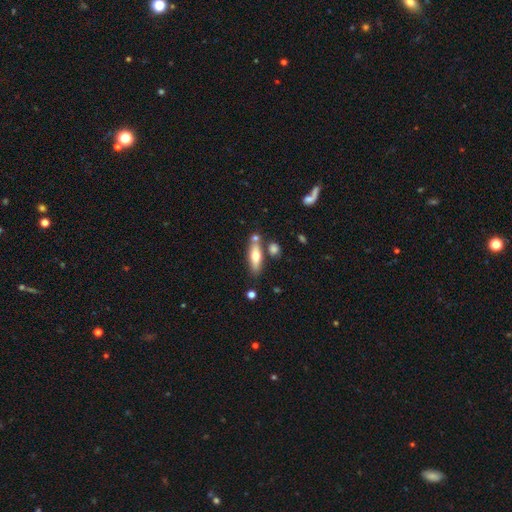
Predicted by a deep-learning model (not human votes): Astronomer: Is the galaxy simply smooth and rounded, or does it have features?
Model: smooth — 62%.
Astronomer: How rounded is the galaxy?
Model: cigar-shaped — 49% (runner-up: in between, 48%).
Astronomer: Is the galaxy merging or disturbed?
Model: none — 70%.